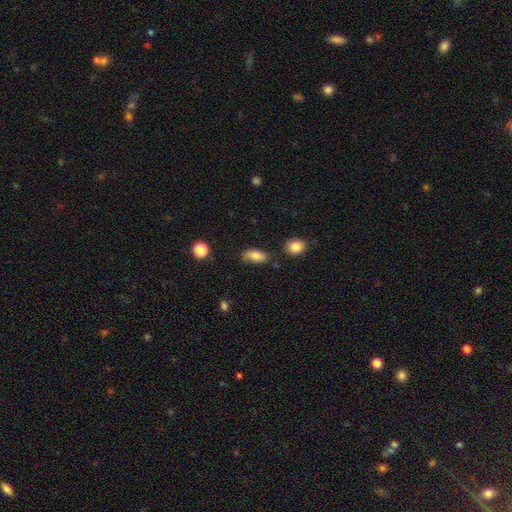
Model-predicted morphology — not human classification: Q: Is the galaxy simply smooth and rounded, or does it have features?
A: smooth — 79%.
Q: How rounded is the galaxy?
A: in between — 89%.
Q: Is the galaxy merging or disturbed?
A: none — 66%.